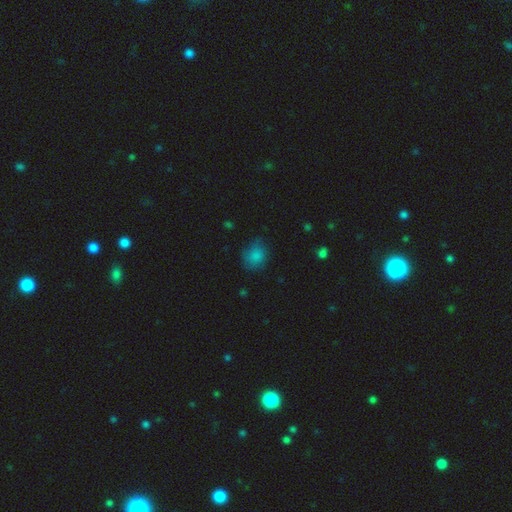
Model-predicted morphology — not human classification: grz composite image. It shows a smooth galaxy with no disk features (81%) that is round (69%). Merging: none (64%).